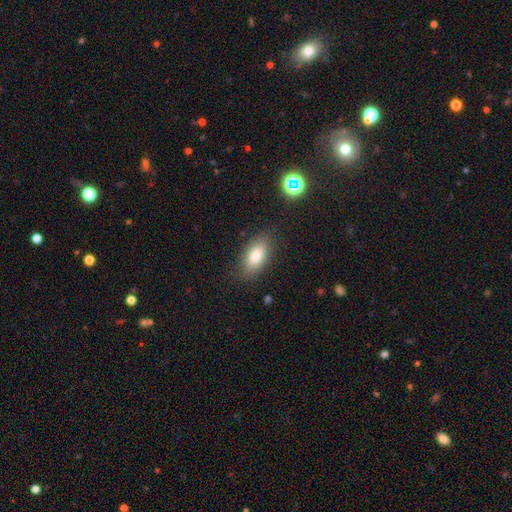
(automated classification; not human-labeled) Smooth or featured? smooth (81%)
How rounded? in between (89%)
Merging? none (82%)